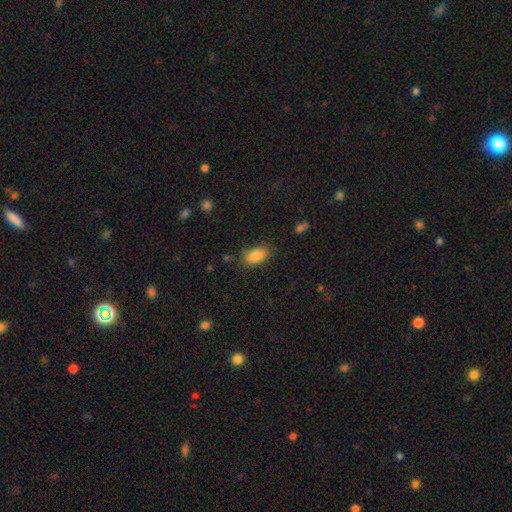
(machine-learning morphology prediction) smooth 86%, star or artifact 8%, featured or disk 6%. Down the decision tree: how rounded — in between (92%); merging — none (80%).